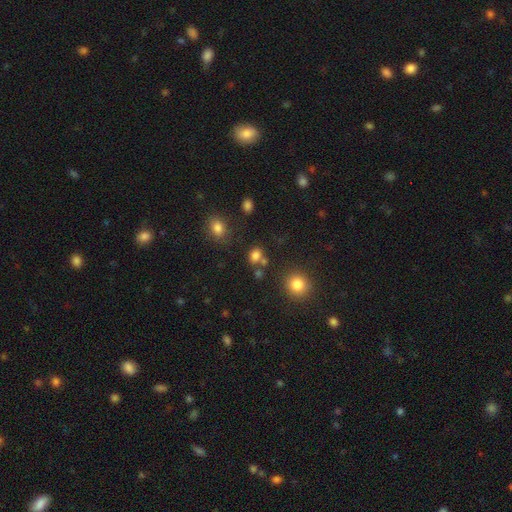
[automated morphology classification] A smooth galaxy with no disk features (79%) that is round (55%). Merging: none (62%).